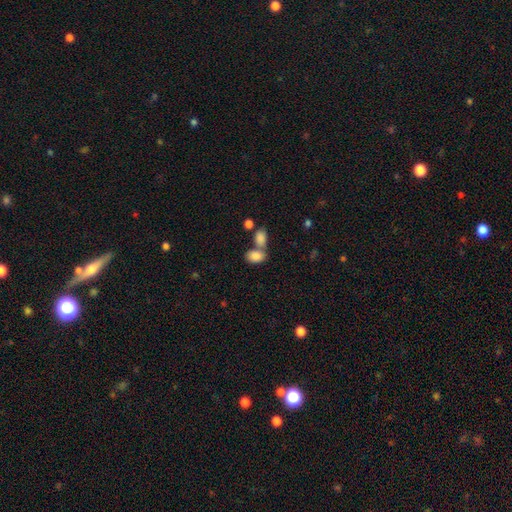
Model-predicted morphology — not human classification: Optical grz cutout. It shows a smooth galaxy with no disk features (85%) that is in between round and cigar-shaped (87%). Merging: merger (48%).